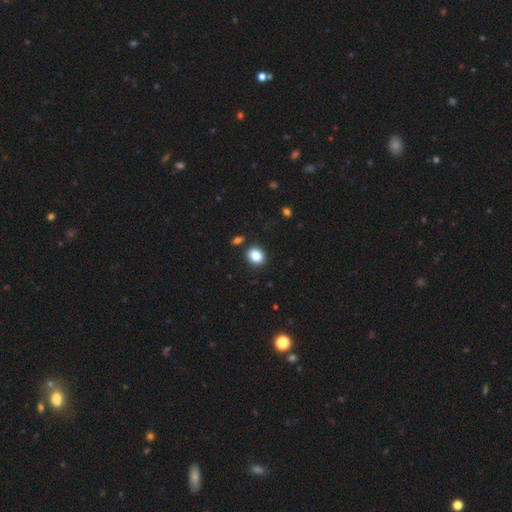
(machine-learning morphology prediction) smooth-or-featured: smooth: 86% | star or artifact: 9% | featured or disk: 5%
  how-rounded: round: 56% | in between: 43% | cigar-shaped: 1%
  merging: none: 87% | minor disturbance: 8% | merger: 3% | major disturbance: 2%